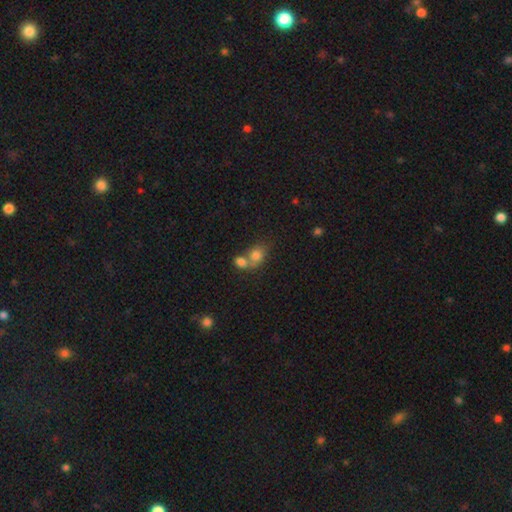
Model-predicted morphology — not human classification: smooth 77%, featured or disk 12%, star or artifact 11%. Down the decision tree: how rounded — round (50%); merging — merger (59%).